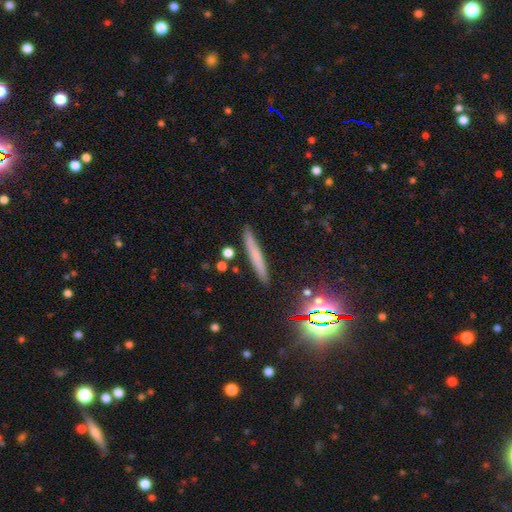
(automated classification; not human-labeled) This appears to be a smooth galaxy with no disk features (59%) that is cigar-shaped (94%). Merging: none (88%).